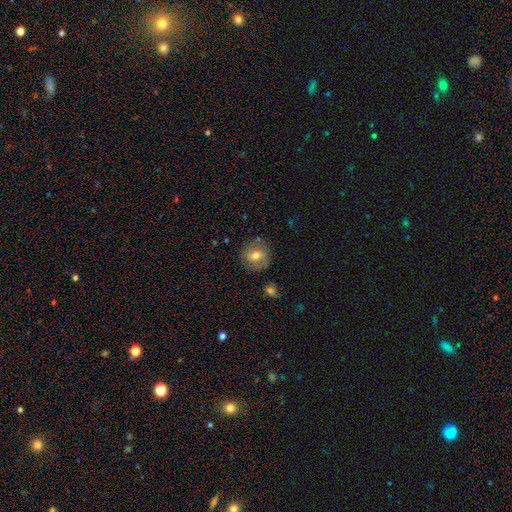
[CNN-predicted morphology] Smooth or featured? smooth (52%)
How rounded? round (86%)
Merging? none (80%)